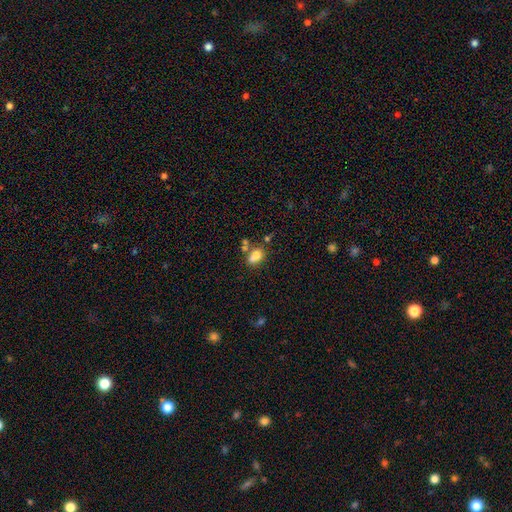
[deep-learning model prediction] Q: Smooth or featured?
A: smooth (78%); runner-up: featured or disk (11%)
Q: How rounded?
A: in between (75%); runner-up: round (23%)
Q: Merging?
A: none (49%); runner-up: merger (29%)